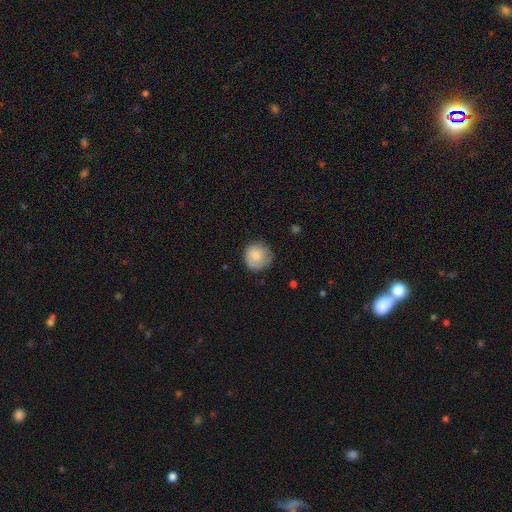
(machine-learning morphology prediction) Smooth or featured?
  - smooth: 81% *
  - featured or disk: 12%
  - star or artifact: 7%
How rounded?
  - round: 92% *
  - in between: 7%
  - cigar-shaped: 1%
Merging?
  - none: 75% *
  - minor disturbance: 20%
  - major disturbance: 5%
  - merger: 1%